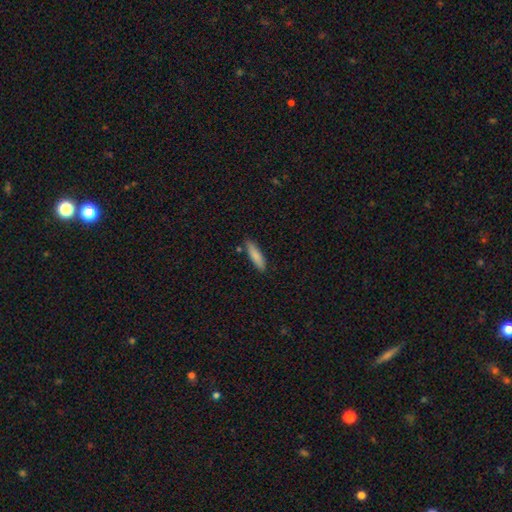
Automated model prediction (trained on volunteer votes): The model was most divided on "how rounded": cigar-shaped: 69%, in between: 30%, round: 2%. More confident: smooth or featured — smooth (84%); merging — none (83%).